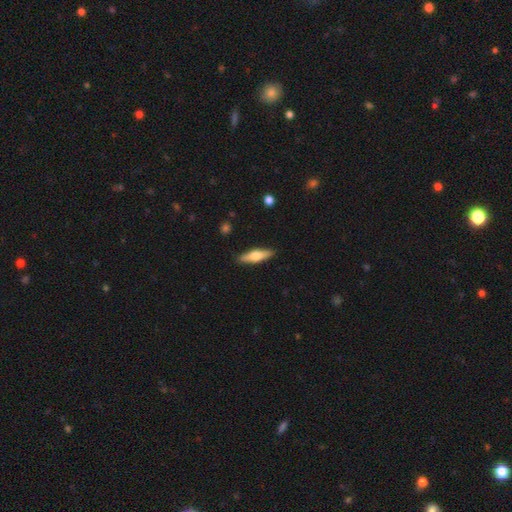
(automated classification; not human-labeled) Smooth or featured? Predicted: smooth (p=0.52). How rounded? Predicted: cigar-shaped (p=0.63). Merging? Predicted: none (p=0.89).